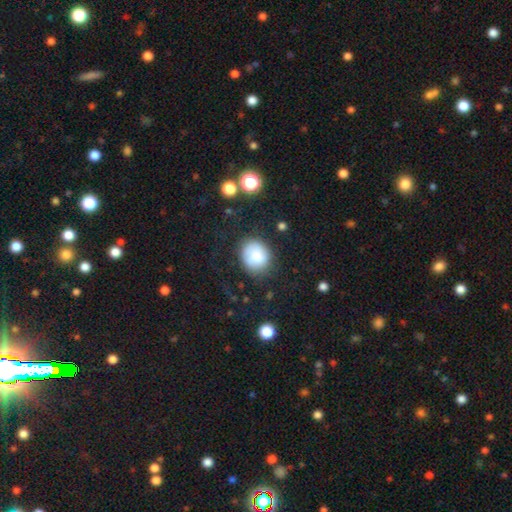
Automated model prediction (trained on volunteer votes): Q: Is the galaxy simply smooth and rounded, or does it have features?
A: smooth — 69%.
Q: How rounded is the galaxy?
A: round — 67%.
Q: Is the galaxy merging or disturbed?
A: none — 70%.